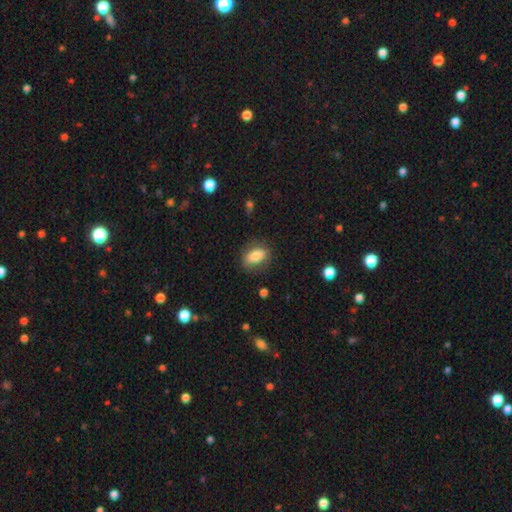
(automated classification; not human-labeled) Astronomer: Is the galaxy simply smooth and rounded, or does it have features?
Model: smooth — 81%.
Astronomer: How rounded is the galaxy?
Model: in between — 85%.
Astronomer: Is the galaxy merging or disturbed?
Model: none — 77%.